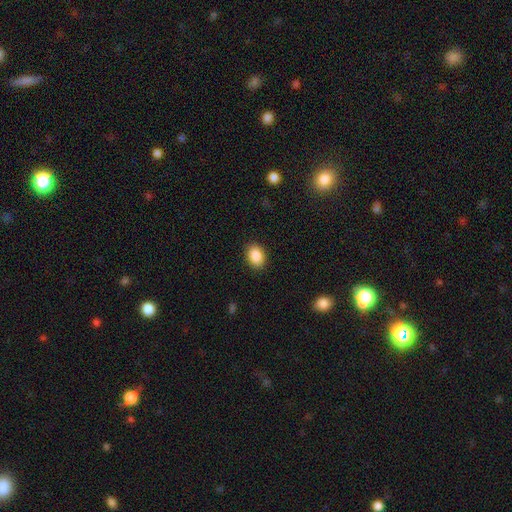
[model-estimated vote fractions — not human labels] Smooth or featured? smooth (88%)
How rounded? in between (76%)
Merging? none (88%)